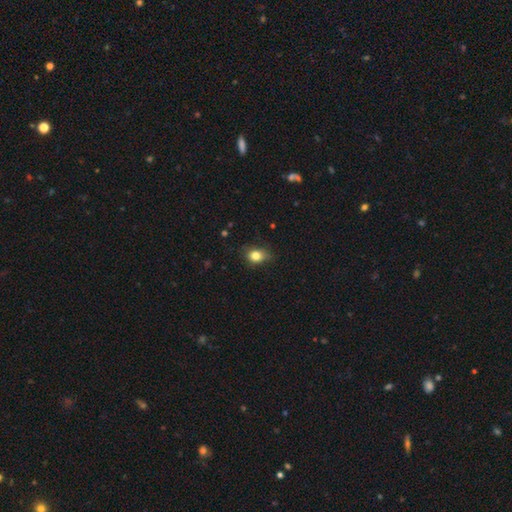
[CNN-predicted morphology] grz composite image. It shows a smooth galaxy with no disk features (82%) that is in between round and cigar-shaped (56%). Merging: none (70%).